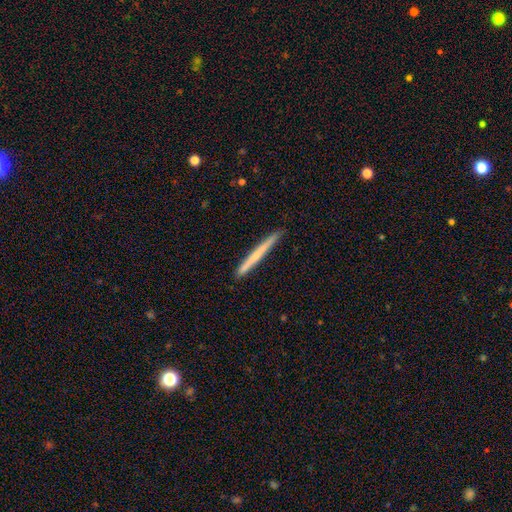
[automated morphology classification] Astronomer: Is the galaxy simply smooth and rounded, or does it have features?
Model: smooth — 53% (runner-up: featured or disk, 42%).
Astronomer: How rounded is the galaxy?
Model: cigar-shaped — 97%.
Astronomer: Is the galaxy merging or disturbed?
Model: none — 91%.